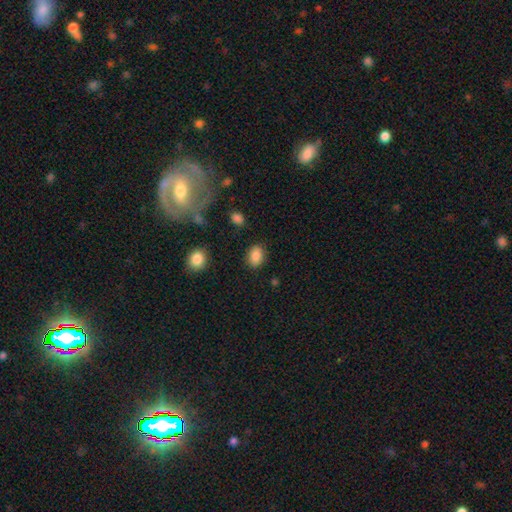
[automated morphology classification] Overall: smooth (86%). How rounded: in between (74%). Merging: none (85%).